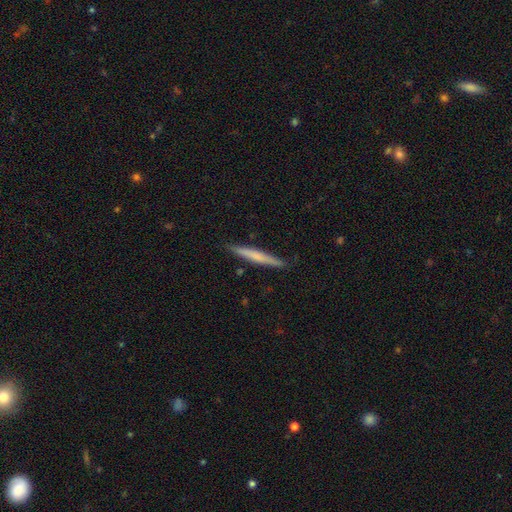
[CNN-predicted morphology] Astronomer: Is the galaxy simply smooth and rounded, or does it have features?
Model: smooth — 55% (runner-up: featured or disk, 39%).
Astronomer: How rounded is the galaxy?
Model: cigar-shaped — 96%.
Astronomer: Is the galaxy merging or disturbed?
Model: none — 89%.